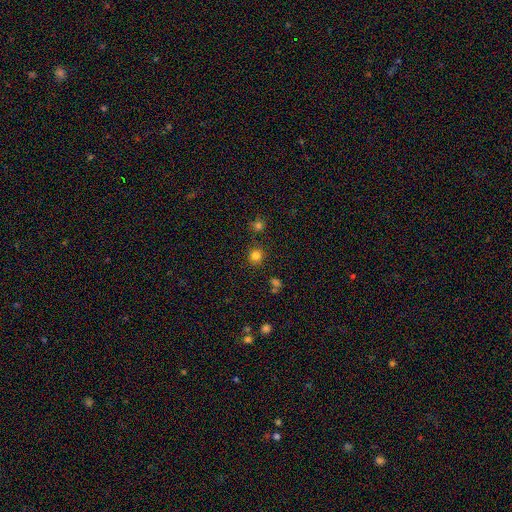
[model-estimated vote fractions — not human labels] This appears to be a smooth galaxy with no disk features (81%) that is round (90%). Merging: none (87%).